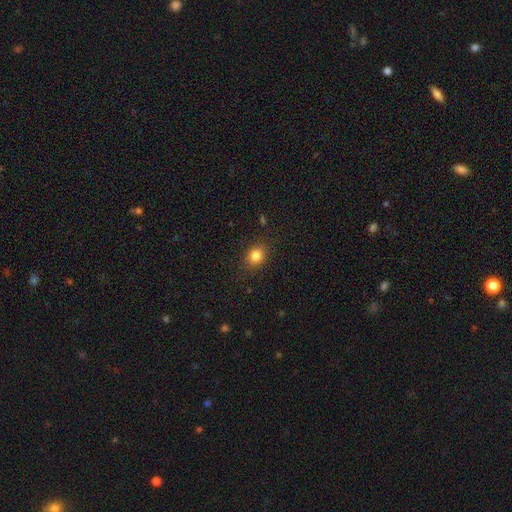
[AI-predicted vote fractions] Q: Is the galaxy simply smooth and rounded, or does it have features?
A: smooth — 83%.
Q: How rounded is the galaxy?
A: round — 59%.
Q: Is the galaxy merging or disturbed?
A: none — 86%.